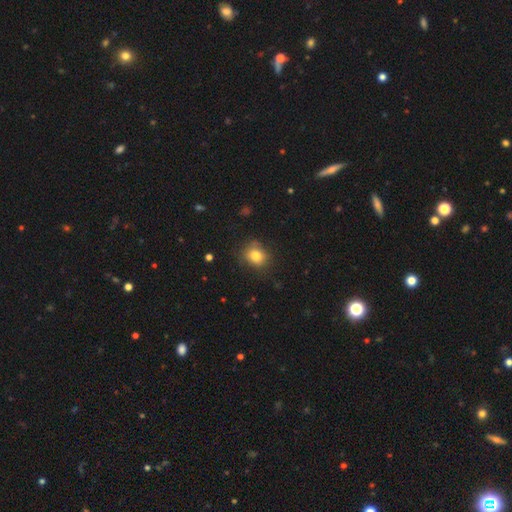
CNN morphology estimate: This appears to be a smooth galaxy with no disk features (82%) that is round (68%). Merging: none (74%).